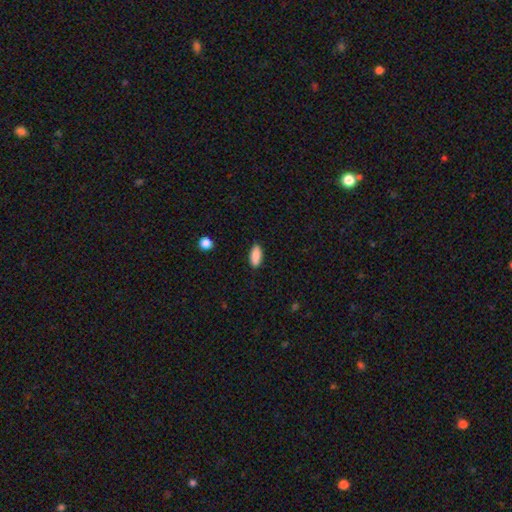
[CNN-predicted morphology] Overall: smooth (88%). How rounded: in between (83%). Merging: none (87%).